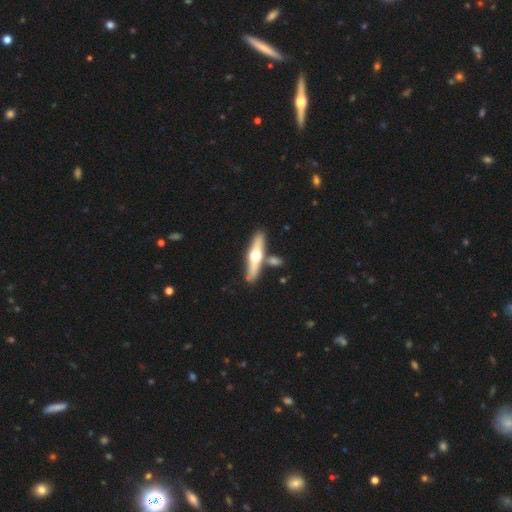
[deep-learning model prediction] Smooth or featured: featured or disk — 62% (smooth — 33%)
Edge-on disk: yes — 92% (no — 8%)
Edge-on bulge: rounded — 95% (none — 3%)
Merging: none — 74% (merger — 13%)